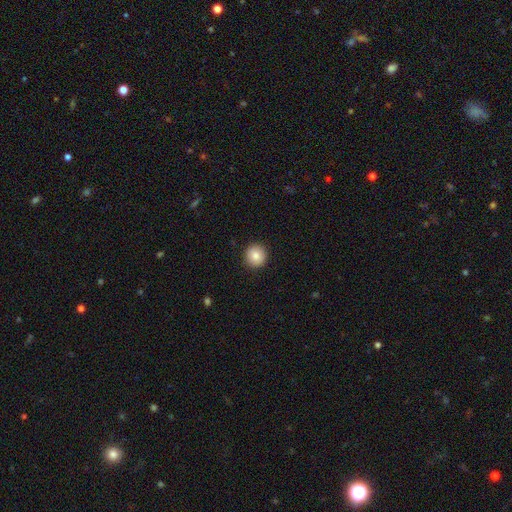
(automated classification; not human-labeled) smooth_or_featured: smooth (p=0.84) [alt: star or artifact p=0.08]
how_rounded: round (p=0.94) [alt: in between p=0.05]
merging: none (p=0.93) [alt: minor disturbance p=0.05]